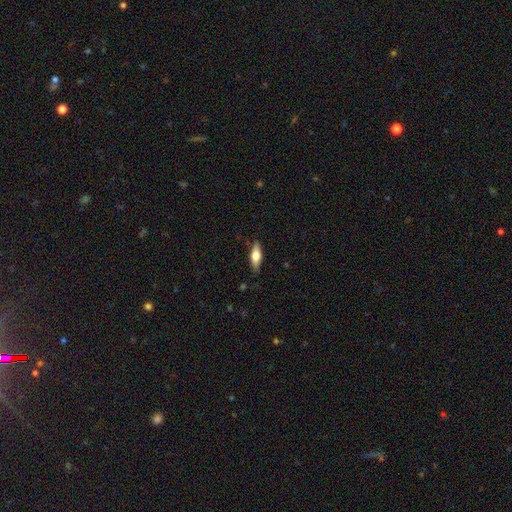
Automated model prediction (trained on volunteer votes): Overall: smooth (58%; featured or disk 36%). How rounded: in between (59%; cigar-shaped 39%). Merging: none (82%).